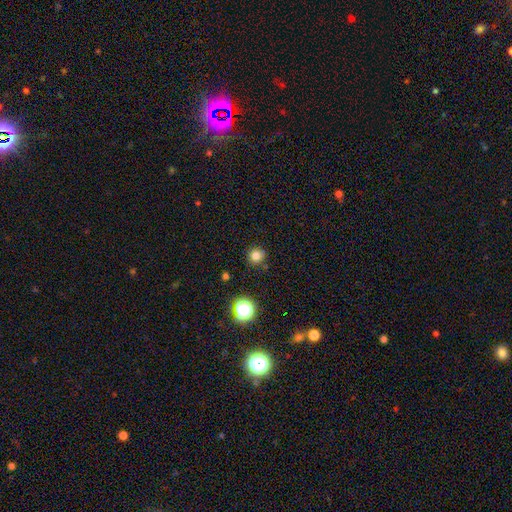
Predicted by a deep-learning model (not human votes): Smooth or featured?
  - smooth: 79% *
  - star or artifact: 16%
  - featured or disk: 5%
How rounded?
  - round: 92% *
  - in between: 7%
  - cigar-shaped: 1%
Merging?
  - none: 84% *
  - minor disturbance: 10%
  - merger: 3%
  - major disturbance: 3%